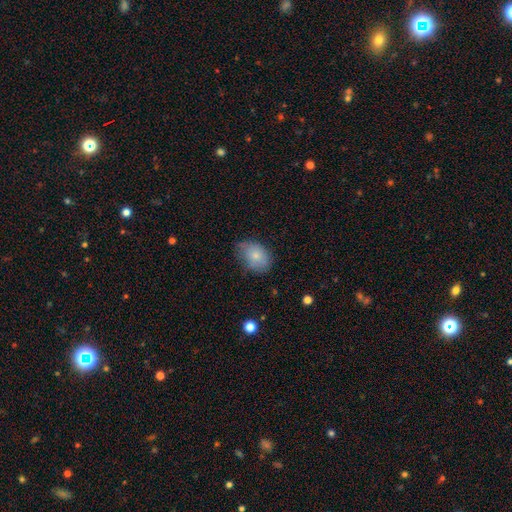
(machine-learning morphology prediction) A smooth galaxy with no disk features (79%) that is in between round and cigar-shaped (79%). Merging: none (61%).